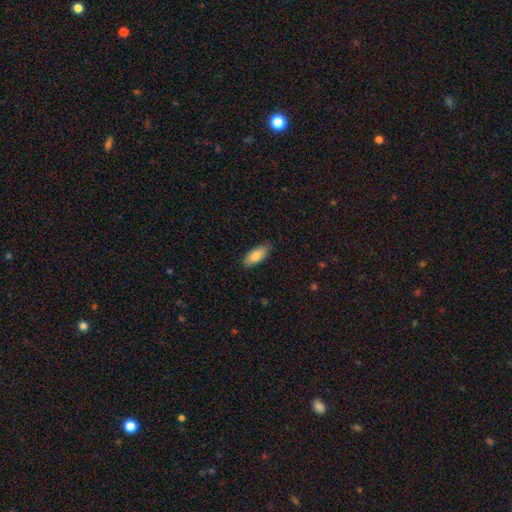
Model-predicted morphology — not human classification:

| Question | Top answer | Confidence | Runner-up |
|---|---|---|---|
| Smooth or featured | smooth | 82% | featured or disk (12%) |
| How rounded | in between | 84% | cigar-shaped (14%) |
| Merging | none | 84% | minor disturbance (13%) |